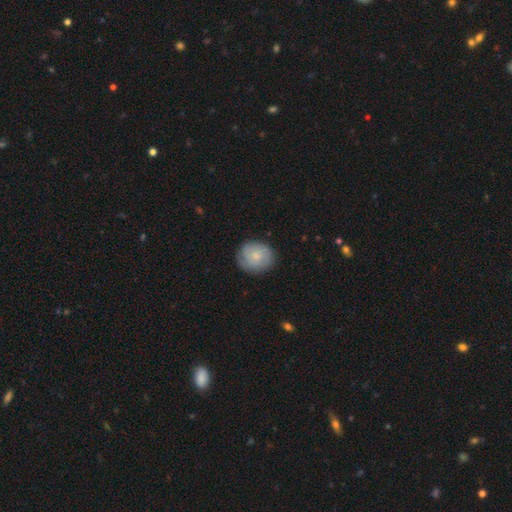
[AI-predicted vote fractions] smooth_or_featured: smooth (p=0.66) [alt: featured or disk p=0.27]
how_rounded: round (p=0.75) [alt: in between p=0.24]
merging: none (p=0.80) [alt: minor disturbance p=0.16]